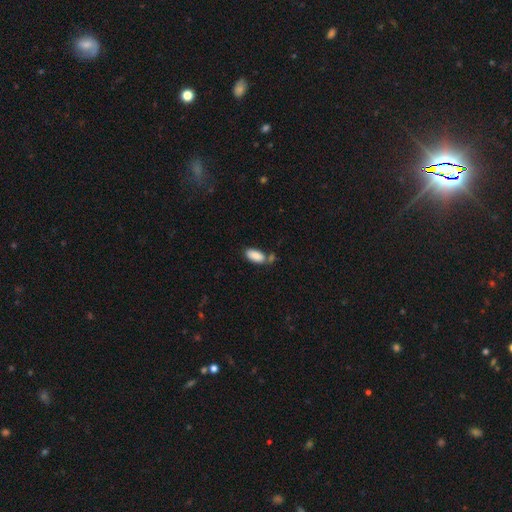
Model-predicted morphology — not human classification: This is clearly a smooth galaxy (87%). How rounded: clearly in between (92%). Merging: likely none (60%).